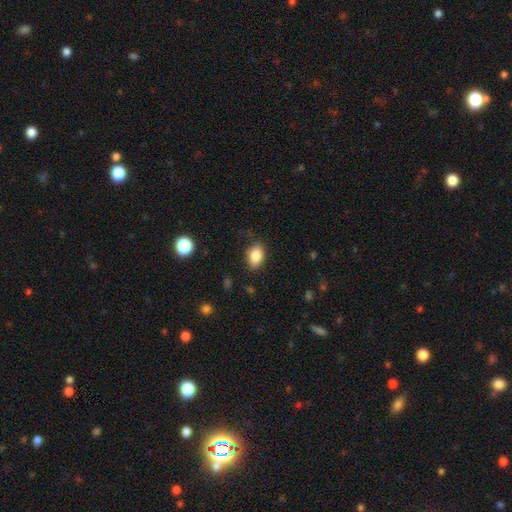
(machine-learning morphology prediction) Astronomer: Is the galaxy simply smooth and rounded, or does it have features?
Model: smooth — 86%.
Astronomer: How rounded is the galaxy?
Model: in between — 87%.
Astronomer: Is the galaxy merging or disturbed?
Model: none — 81%.